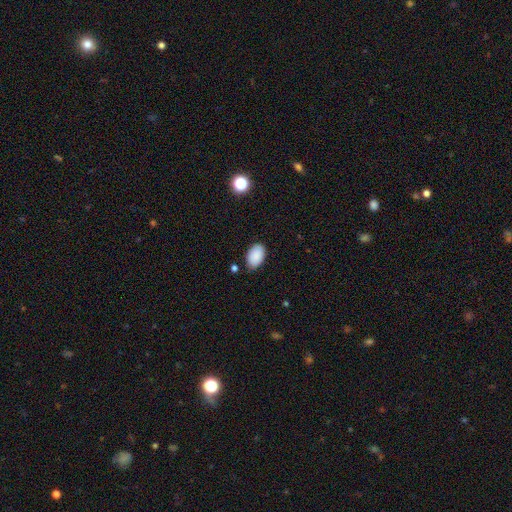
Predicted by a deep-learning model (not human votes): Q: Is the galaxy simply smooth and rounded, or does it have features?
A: smooth — 89%.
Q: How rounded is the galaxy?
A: in between — 92%.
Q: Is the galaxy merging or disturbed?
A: none — 83%.